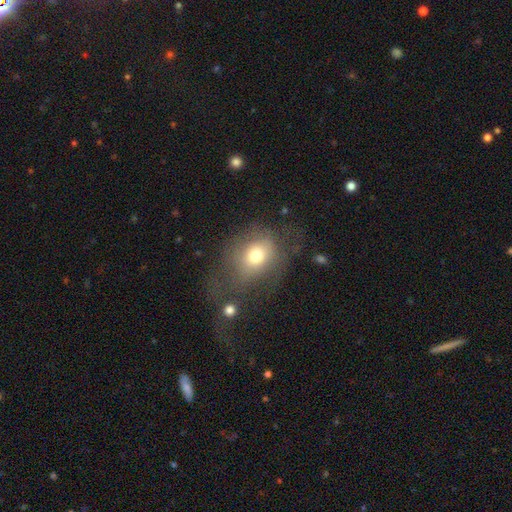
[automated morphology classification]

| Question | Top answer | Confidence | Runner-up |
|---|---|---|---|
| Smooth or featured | smooth | 69% | featured or disk (18%) |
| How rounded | round | 58% | in between (41%) |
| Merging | none | 43% | major disturbance (29%) |